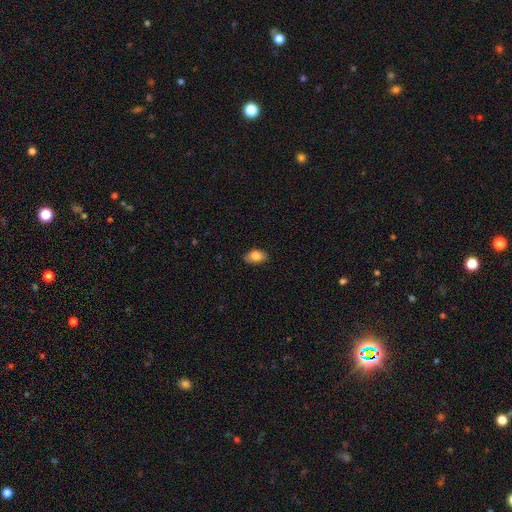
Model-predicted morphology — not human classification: Smooth or featured? smooth (81%)
How rounded? in between (90%)
Merging? none (84%)